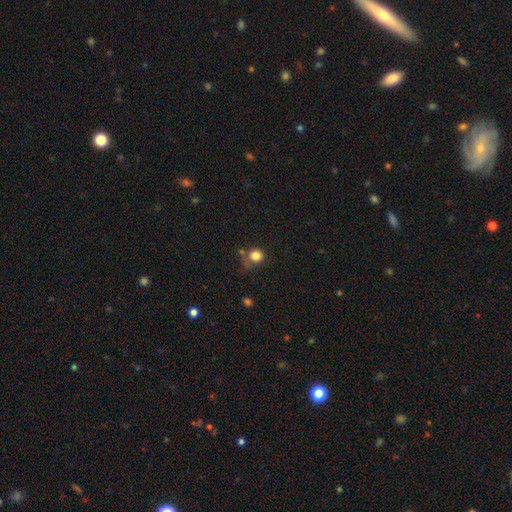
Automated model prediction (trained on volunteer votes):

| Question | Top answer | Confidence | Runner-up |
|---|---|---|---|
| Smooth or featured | smooth | 83% | star or artifact (11%) |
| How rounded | round | 86% | in between (13%) |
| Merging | none | 60% | minor disturbance (21%) |